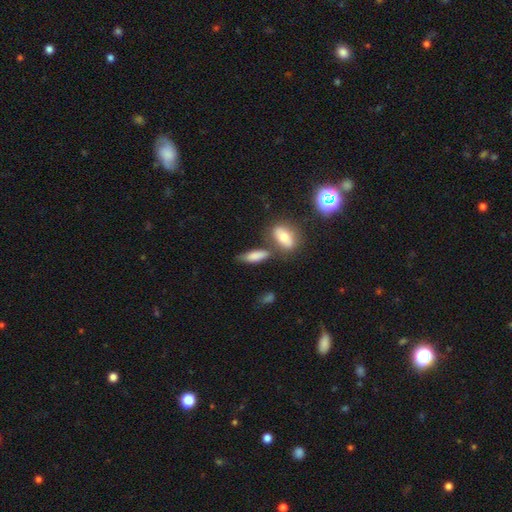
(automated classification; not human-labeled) Q: Smooth or featured?
A: smooth (79%); runner-up: featured or disk (12%)
Q: How rounded?
A: in between (63%); runner-up: cigar-shaped (33%)
Q: Merging?
A: none (57%); runner-up: merger (19%)